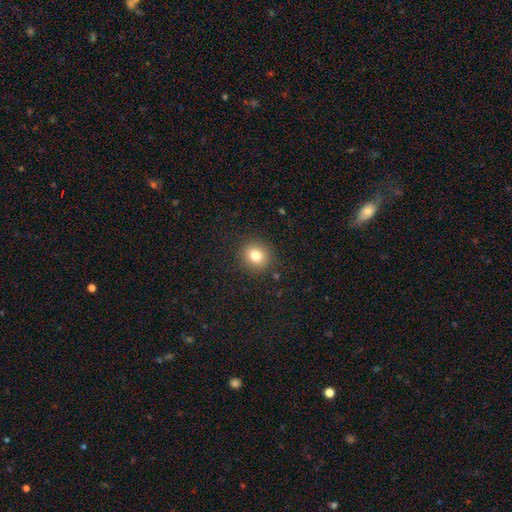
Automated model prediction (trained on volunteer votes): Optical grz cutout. It shows a smooth galaxy with no disk features (80%) that is round (84%). Merging: none (89%).